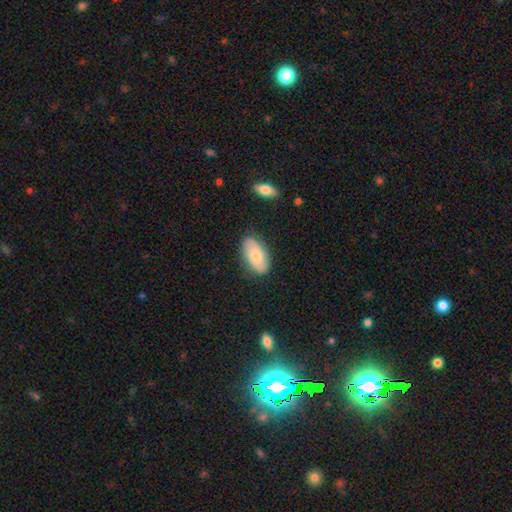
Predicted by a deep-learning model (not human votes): Morphology: type=smooth (65%); roundness=in between (93%); merging=none (82%).